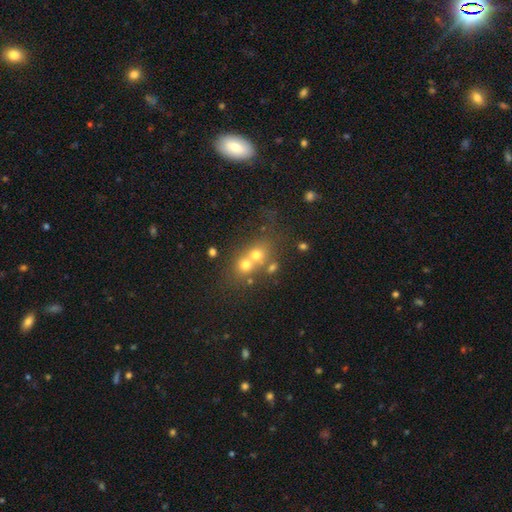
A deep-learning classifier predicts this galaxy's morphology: smooth 59%, star or artifact 21%, featured or disk 21%. Down the decision tree: how rounded — round (76%); merging — merger (55%).